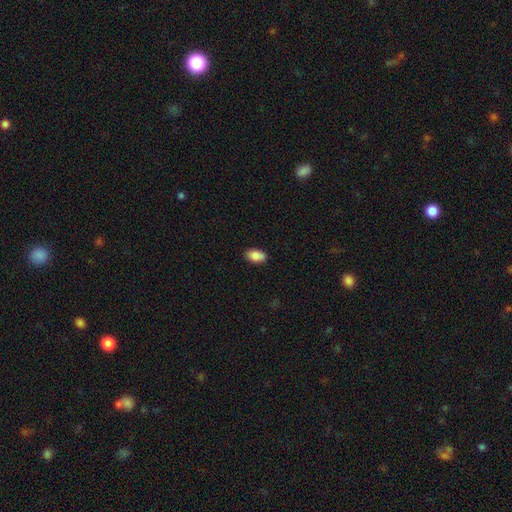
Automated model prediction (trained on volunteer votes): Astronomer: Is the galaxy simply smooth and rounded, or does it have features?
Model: smooth — 85%.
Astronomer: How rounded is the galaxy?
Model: in between — 93%.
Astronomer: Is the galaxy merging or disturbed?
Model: none — 86%.